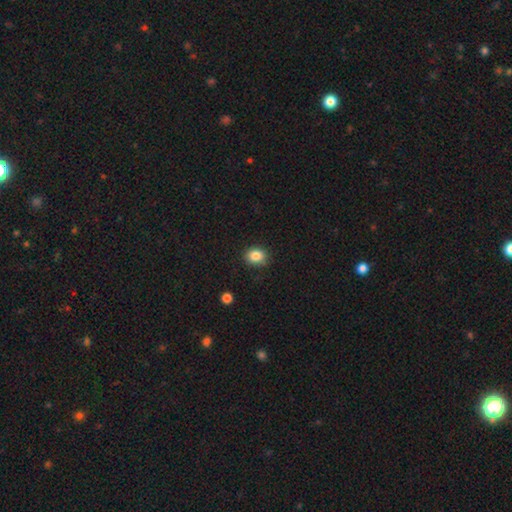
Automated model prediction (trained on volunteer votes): smooth-or-featured: smooth: 85% | star or artifact: 10% | featured or disk: 5%
  how-rounded: round: 53% | in between: 46% | cigar-shaped: 1%
  merging: none: 85% | minor disturbance: 12% | major disturbance: 3% | merger: 1%